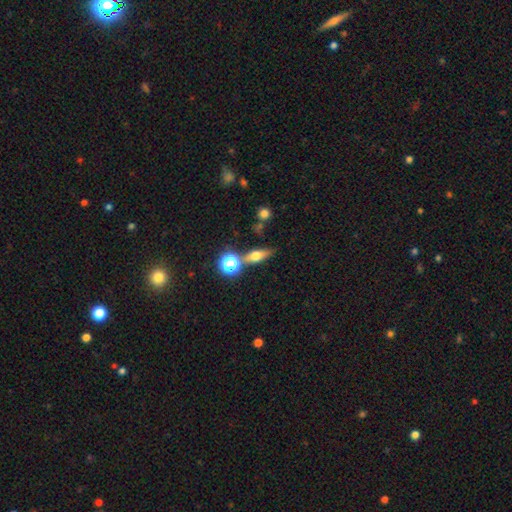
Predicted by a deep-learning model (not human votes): Smooth or featured? smooth (48%)
Merging? none (70%)